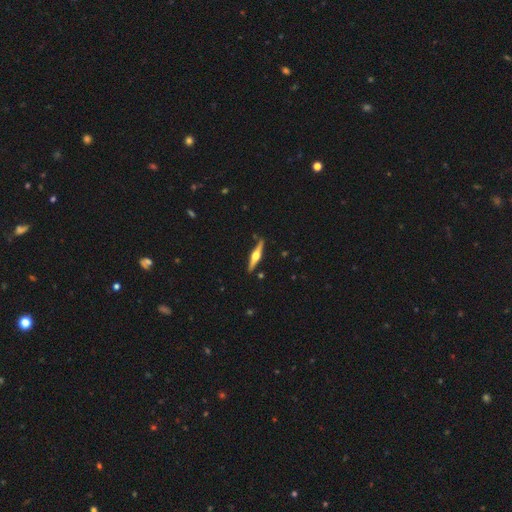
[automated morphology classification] Smooth or featured? featured or disk (79%)
Edge-on disk? yes (98%)
Edge-on bulge? rounded (95%)
Merging? none (90%)